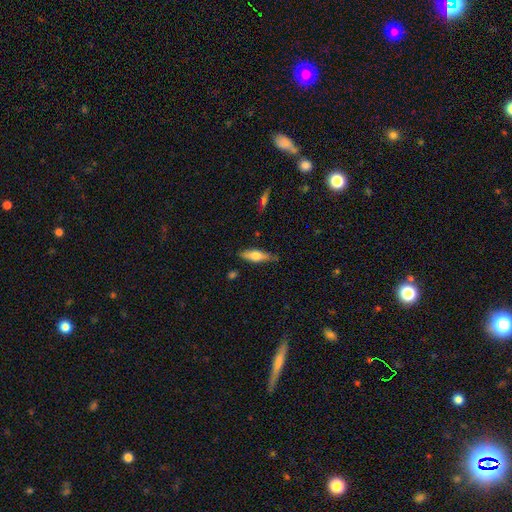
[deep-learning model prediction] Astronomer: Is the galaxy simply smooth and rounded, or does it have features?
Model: smooth — 60%.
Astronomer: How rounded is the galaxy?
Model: cigar-shaped — 57% (runner-up: in between, 41%).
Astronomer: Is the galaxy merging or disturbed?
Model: none — 78%.